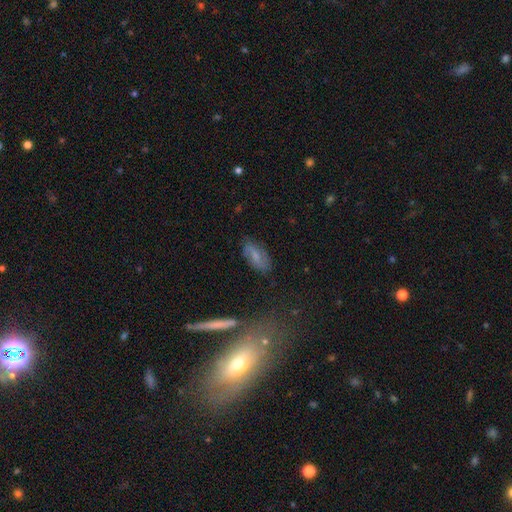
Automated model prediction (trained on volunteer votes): Smooth or featured? smooth (51%)
How rounded? in between (84%)
Merging? none (78%)